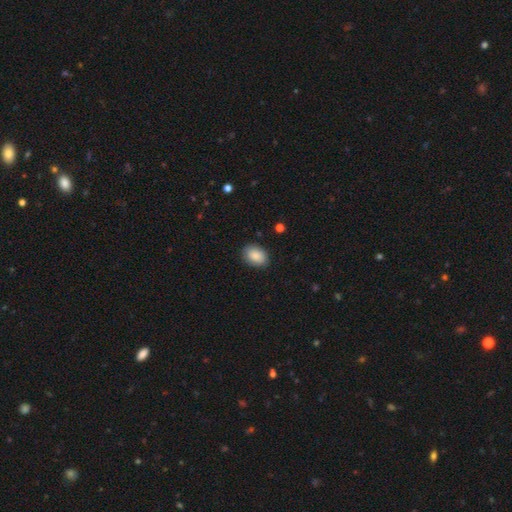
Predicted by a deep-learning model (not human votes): A smooth galaxy with no disk features (88%) that is in between round and cigar-shaped (79%).

Vote fractions:
- Smooth or featured? smooth: 88% / star or artifact: 7% / featured or disk: 5%
- How rounded? in between: 79% / round: 20% / cigar-shaped: 1%
- Merging? none: 87% / minor disturbance: 10% / major disturbance: 2% / merger: 1%